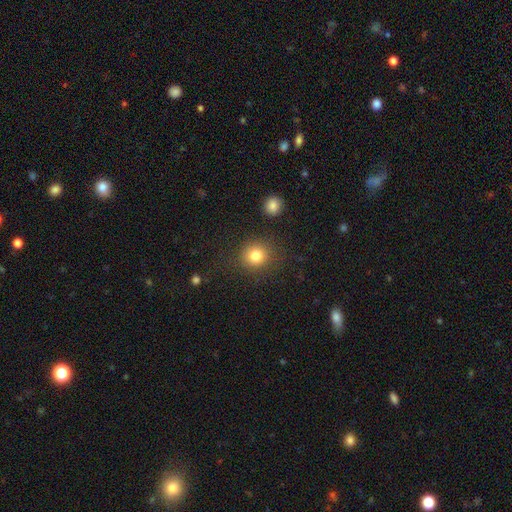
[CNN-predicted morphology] Smooth or featured? Predicted: smooth (p=0.82). How rounded? Predicted: round (p=0.87). Merging? Predicted: none (p=0.83).